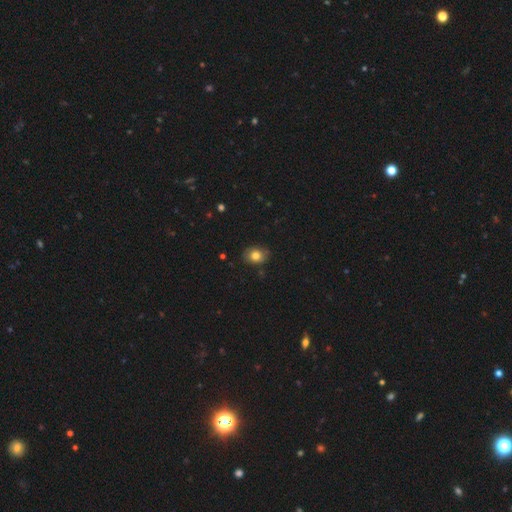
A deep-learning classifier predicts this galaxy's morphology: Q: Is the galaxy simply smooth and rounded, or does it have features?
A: smooth — 80%.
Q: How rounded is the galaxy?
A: in between — 57%.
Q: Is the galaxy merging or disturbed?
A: none — 83%.